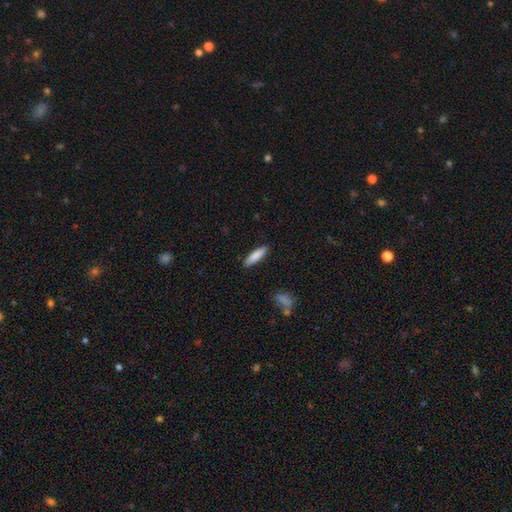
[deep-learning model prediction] The model was most divided on "how rounded": cigar-shaped: 74%, in between: 24%, round: 1%. More confident: merging — none (89%); smooth or featured — smooth (84%).